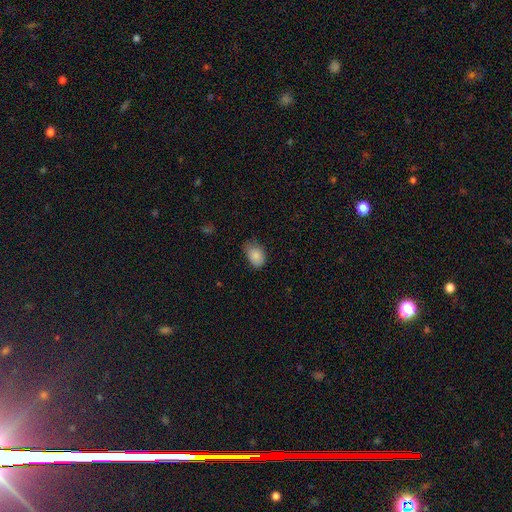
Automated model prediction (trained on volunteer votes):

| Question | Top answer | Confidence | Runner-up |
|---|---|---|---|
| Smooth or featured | smooth | 87% | star or artifact (8%) |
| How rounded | in between | 84% | round (15%) |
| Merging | none | 59% | minor disturbance (34%) |